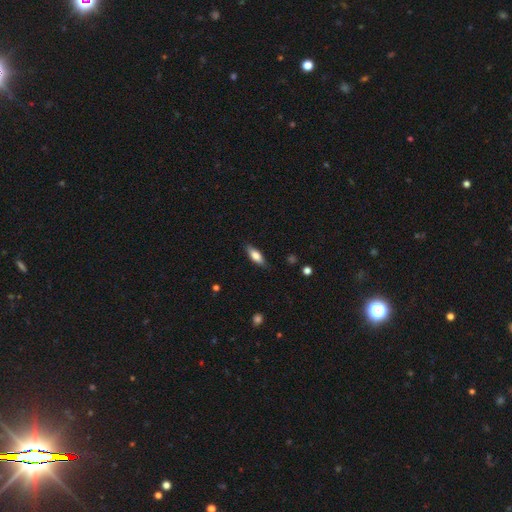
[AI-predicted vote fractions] A smooth galaxy with no disk features (75%) that is in between round and cigar-shaped (66%). Merging: none (83%).